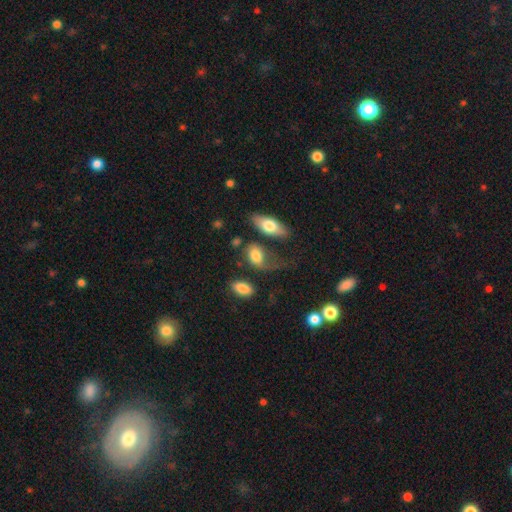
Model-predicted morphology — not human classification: This is likely a smooth galaxy (75%). How rounded: clearly in between (82%). Merging: marginally none (38%).